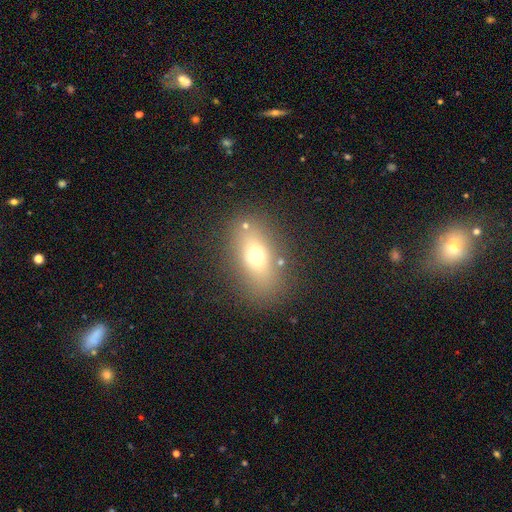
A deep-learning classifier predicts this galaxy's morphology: smooth-or-featured: smooth: 65% | featured or disk: 22% | star or artifact: 14%
  how-rounded: in between: 74% | round: 16% | cigar-shaped: 9%
  merging: none: 79% | minor disturbance: 11% | major disturbance: 5% | merger: 4%